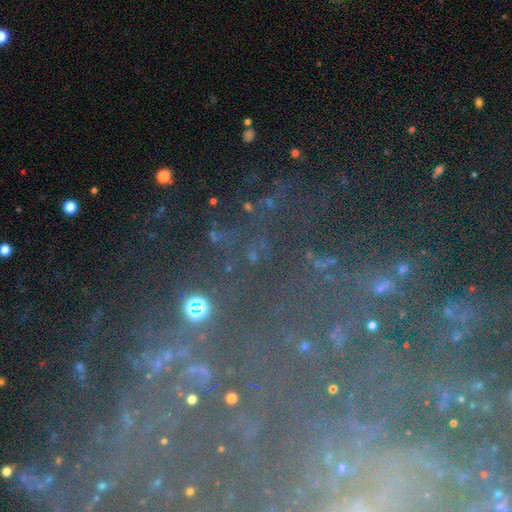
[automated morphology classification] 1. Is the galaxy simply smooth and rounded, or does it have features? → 57% star or artifact, 24% featured or disk, 19% smooth.